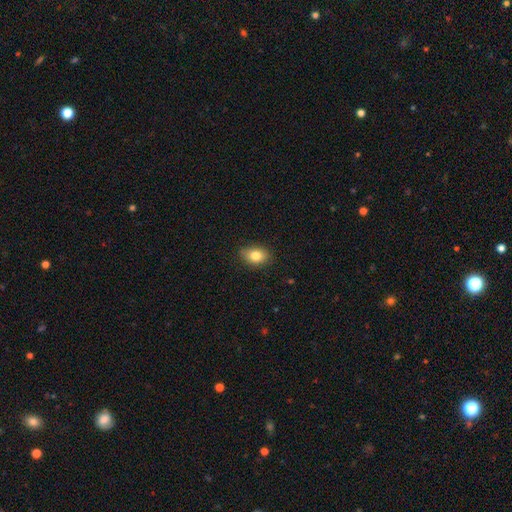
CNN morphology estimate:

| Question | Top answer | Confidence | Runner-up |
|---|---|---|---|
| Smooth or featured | smooth | 82% | featured or disk (9%) |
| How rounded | in between | 80% | round (19%) |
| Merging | none | 85% | minor disturbance (12%) |